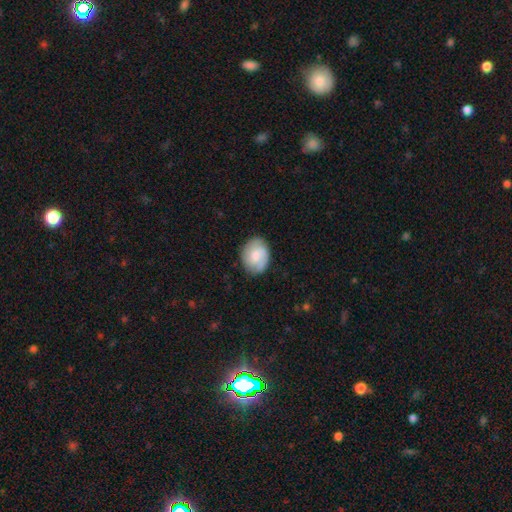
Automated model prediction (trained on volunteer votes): Smooth or featured?
  - smooth: 52% *
  - featured or disk: 41%
  - star or artifact: 7%
How rounded?
  - in between: 52% *
  - round: 47%
  - cigar-shaped: 1%
Merging?
  - none: 77% *
  - minor disturbance: 17%
  - major disturbance: 5%
  - merger: 1%